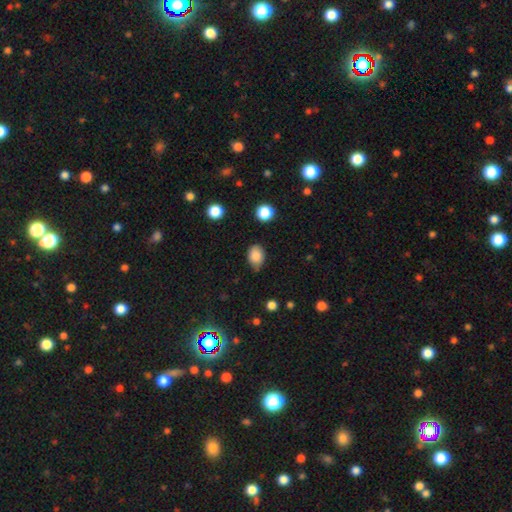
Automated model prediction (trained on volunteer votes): Q: Smooth or featured?
A: smooth (86%); runner-up: star or artifact (9%)
Q: How rounded?
A: in between (70%); runner-up: round (29%)
Q: Merging?
A: none (72%); runner-up: minor disturbance (22%)